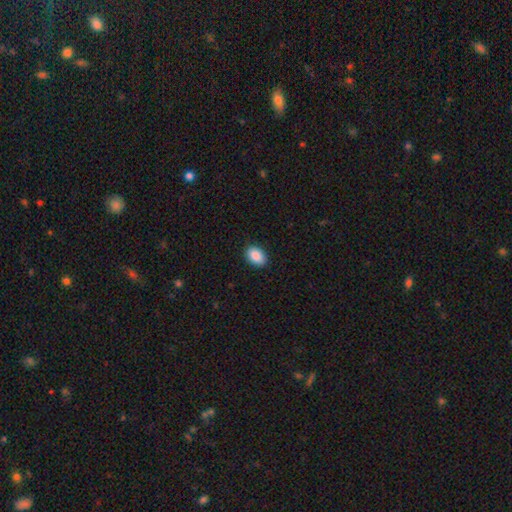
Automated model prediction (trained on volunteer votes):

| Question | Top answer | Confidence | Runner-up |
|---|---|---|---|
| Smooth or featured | smooth | 88% | star or artifact (7%) |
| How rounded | in between | 86% | round (13%) |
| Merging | none | 89% | minor disturbance (8%) |